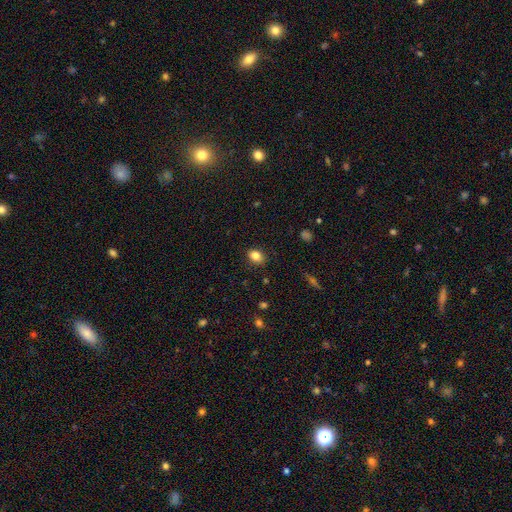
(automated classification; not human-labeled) Smooth or featured? smooth (83%)
How rounded? in between (65%)
Merging? none (87%)